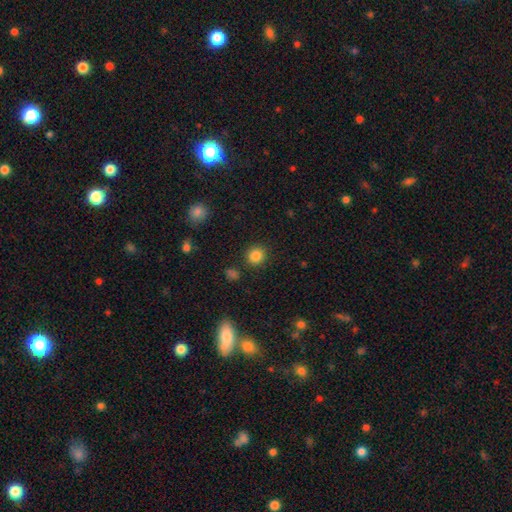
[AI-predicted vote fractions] smooth-or-featured: smooth: 84% | star or artifact: 11% | featured or disk: 5%
  how-rounded: round: 90% | in between: 9% | cigar-shaped: 1%
  merging: none: 89% | minor disturbance: 7% | major disturbance: 3% | merger: 2%